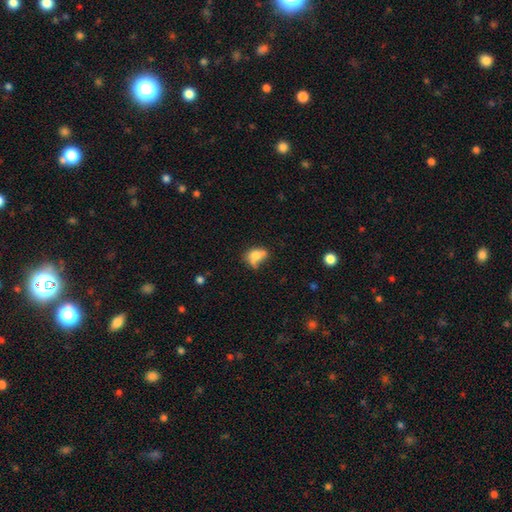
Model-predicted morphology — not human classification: A smooth galaxy with no disk features (70%) that is in between round and cigar-shaped (66%).

Vote fractions:
- Smooth or featured? smooth: 70% / featured or disk: 20% / star or artifact: 11%
- How rounded? in between: 66% / round: 32% / cigar-shaped: 2%
- Merging? merger: 33% / none: 31% / minor disturbance: 22% / major disturbance: 14%